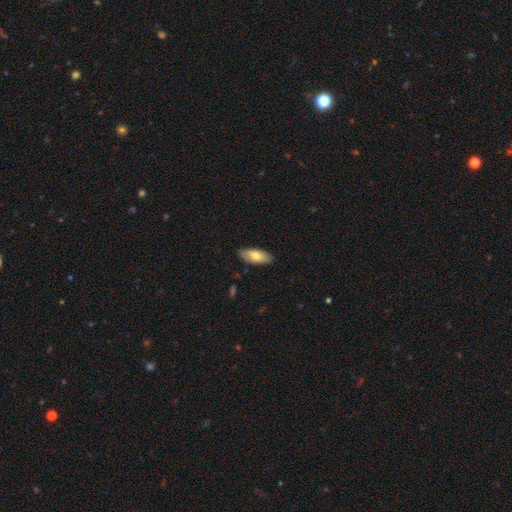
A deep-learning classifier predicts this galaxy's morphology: smooth 72%, featured or disk 22%, star or artifact 6%. Down the decision tree: how rounded — in between (82%); merging — none (86%).